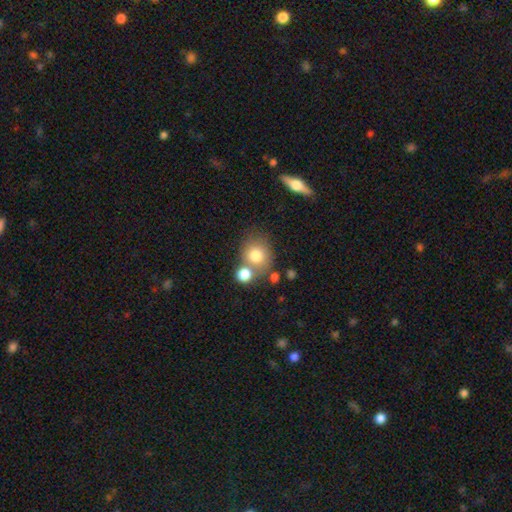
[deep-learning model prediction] Smooth or featured?
  - smooth: 77% *
  - featured or disk: 12%
  - star or artifact: 11%
How rounded?
  - round: 75% *
  - in between: 24%
  - cigar-shaped: 1%
Merging?
  - none: 56% *
  - merger: 27%
  - minor disturbance: 12%
  - major disturbance: 5%